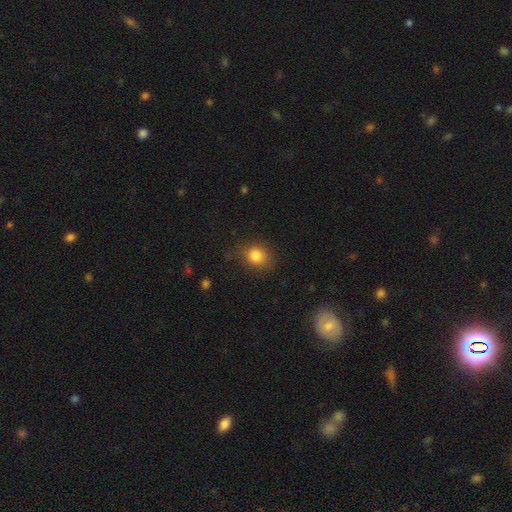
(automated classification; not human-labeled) The model was most divided on "how rounded": round: 62%, in between: 37%, cigar-shaped: 1%. More confident: smooth or featured — smooth (83%); merging — none (78%).